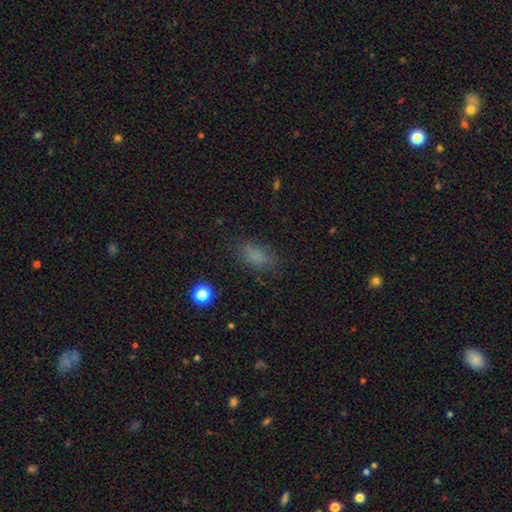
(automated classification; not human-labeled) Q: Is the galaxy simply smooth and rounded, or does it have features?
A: smooth — 77%.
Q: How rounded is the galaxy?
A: in between — 83%.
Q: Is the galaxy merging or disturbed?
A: none — 74%.